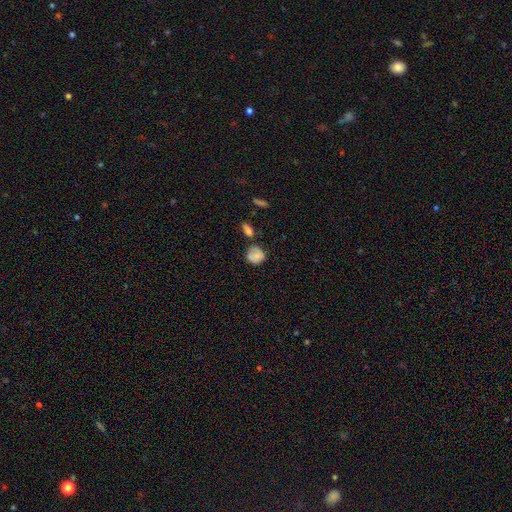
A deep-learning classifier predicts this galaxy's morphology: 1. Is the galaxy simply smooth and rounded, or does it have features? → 77% smooth, 15% featured or disk, 9% star or artifact.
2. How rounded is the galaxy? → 79% round, 19% in between, 1% cigar-shaped.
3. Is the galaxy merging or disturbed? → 58% none, 26% minor disturbance, 9% merger, 7% major disturbance.